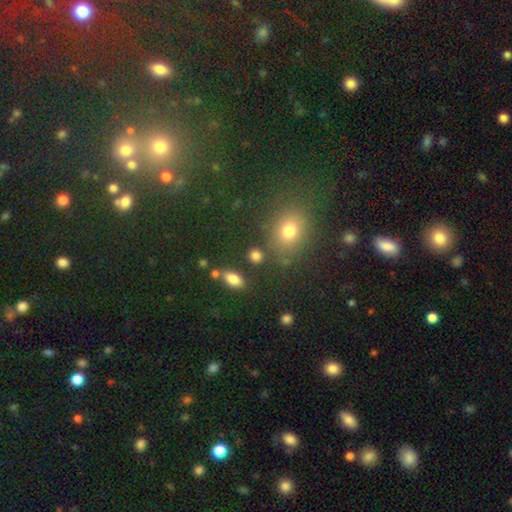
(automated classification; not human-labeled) A smooth galaxy with no disk features (81%) that is round (49%, tied with in between). Merging: none (78%).